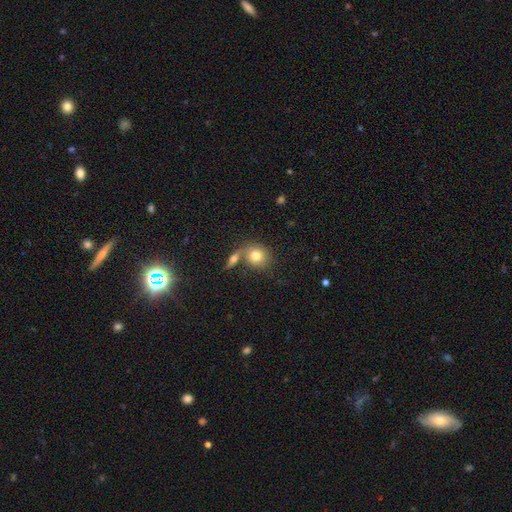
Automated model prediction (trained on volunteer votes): Morphology: type=smooth (78%); roundness=round (74%); merging=none (49%).